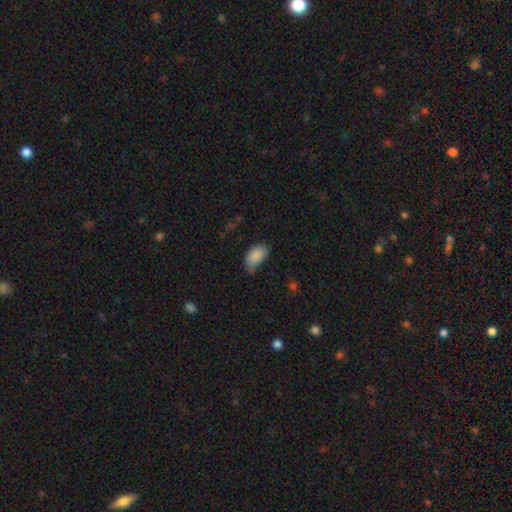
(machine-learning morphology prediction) A smooth galaxy with no disk features (87%) that is in between round and cigar-shaped (93%). Merging: none (54%).